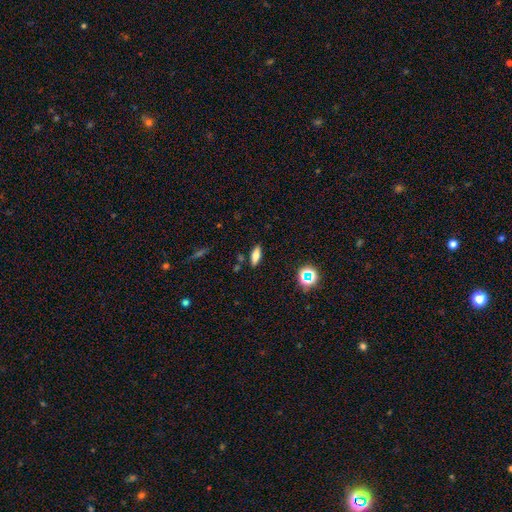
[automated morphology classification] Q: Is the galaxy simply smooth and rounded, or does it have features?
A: smooth — 68%.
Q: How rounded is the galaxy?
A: in between — 65%.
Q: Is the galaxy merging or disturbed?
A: none — 86%.